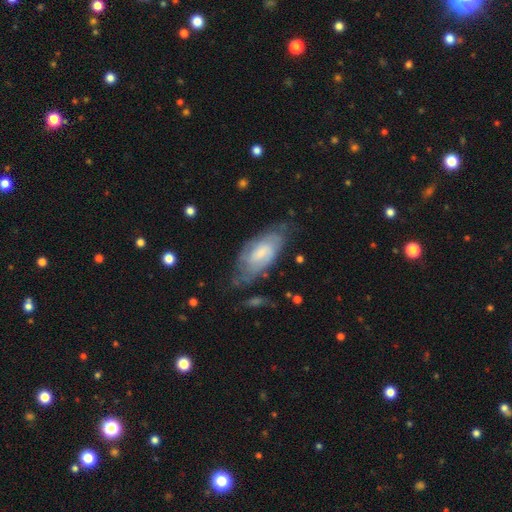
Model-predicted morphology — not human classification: smooth_or_featured: featured or disk (p=0.62) [alt: smooth p=0.31]
disk_edge_on: no (p=0.90) [alt: yes p=0.10]
bar: no (p=0.48) [alt: weak p=0.43]
has_spiral_arms: yes (p=0.83) [alt: no p=0.17]
bulge_size: small (p=0.47) [alt: moderate p=0.35]
merging: none (p=0.59) [alt: minor disturbance p=0.26]